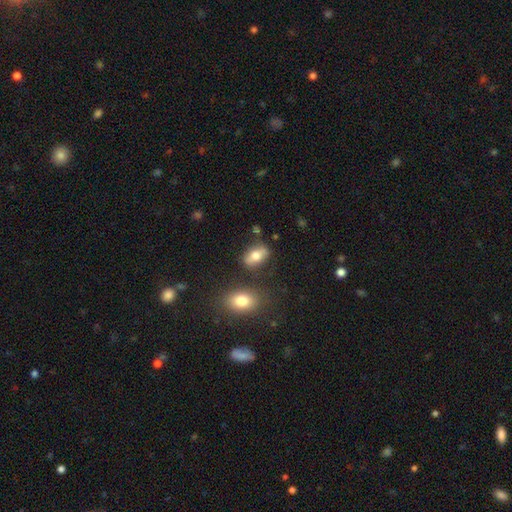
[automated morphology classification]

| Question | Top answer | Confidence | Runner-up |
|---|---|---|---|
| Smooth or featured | smooth | 65% | featured or disk (27%) |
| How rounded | in between | 83% | round (10%) |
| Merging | none | 76% | minor disturbance (14%) |